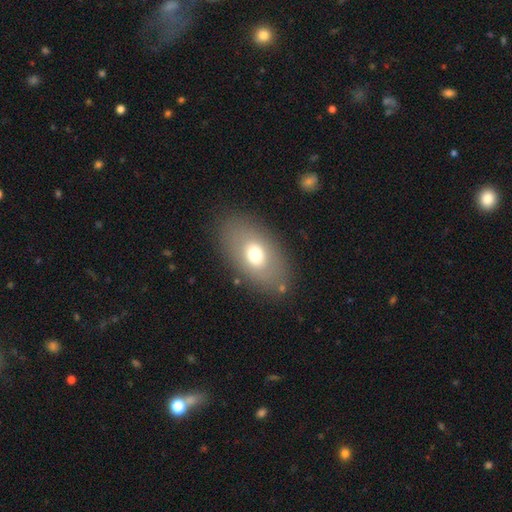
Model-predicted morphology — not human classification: This is likely a smooth galaxy (66%). How rounded: clearly in between (91%). Merging: clearly none (84%).